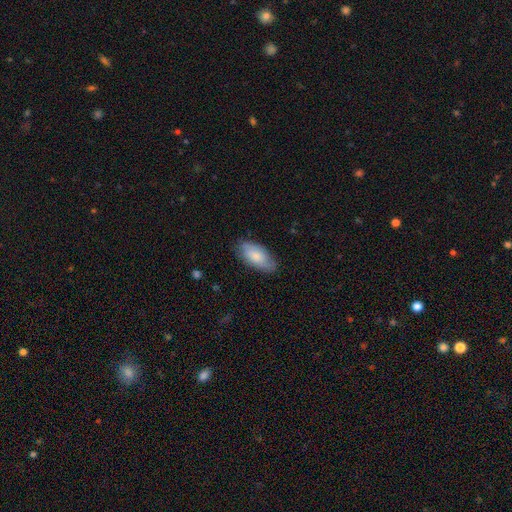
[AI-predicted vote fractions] Overall: smooth (73%). How rounded: in between (91%). Merging: none (77%).